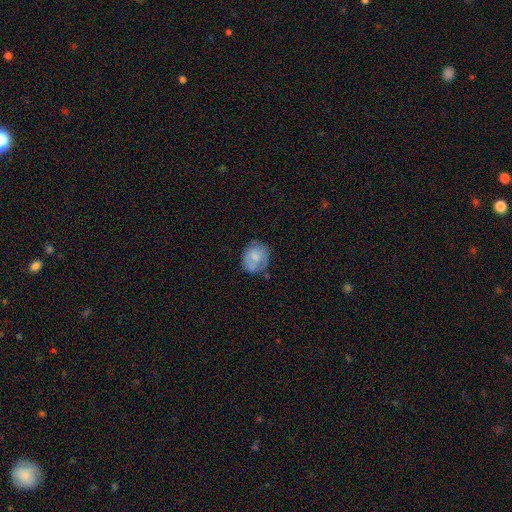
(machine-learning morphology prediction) Smooth or featured? Predicted: smooth (p=0.65). How rounded? Predicted: round (p=0.60). Merging? Predicted: none (p=0.62).